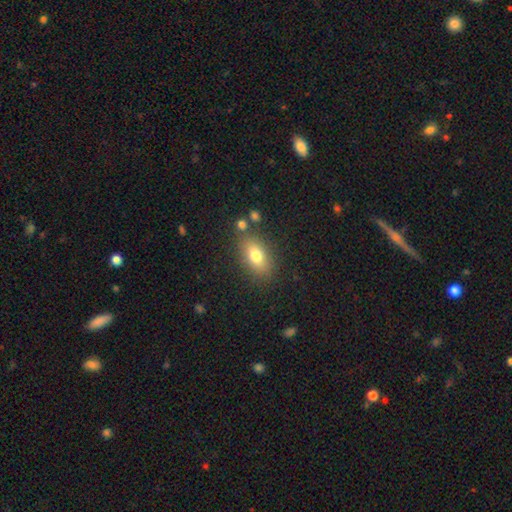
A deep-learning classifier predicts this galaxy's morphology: This appears to be a smooth galaxy with no disk features (77%) that is in between round and cigar-shaped (85%). Merging: none (78%).